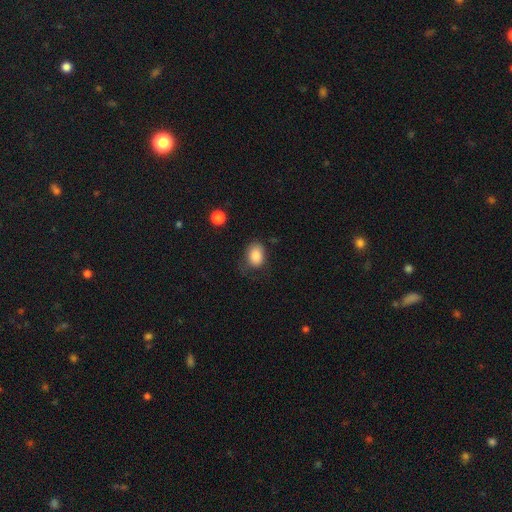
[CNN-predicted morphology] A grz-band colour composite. It shows a smooth galaxy with no disk features (85%) that is in between round and cigar-shaped (72%). Merging: none (61%).